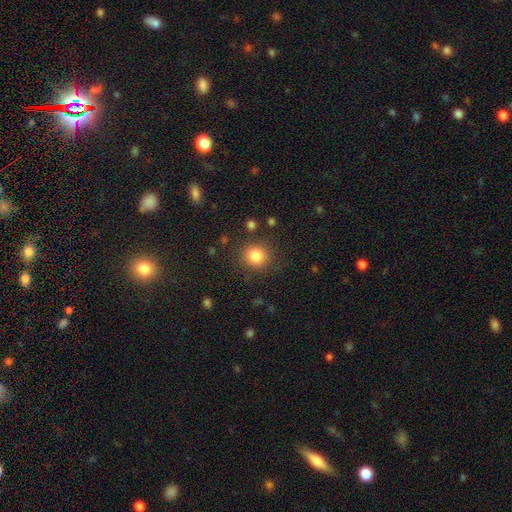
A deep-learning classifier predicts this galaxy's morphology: Smooth or featured: smooth — 83% (star or artifact — 11%)
How rounded: round — 88% (in between — 11%)
Merging: none — 86% (minor disturbance — 8%)